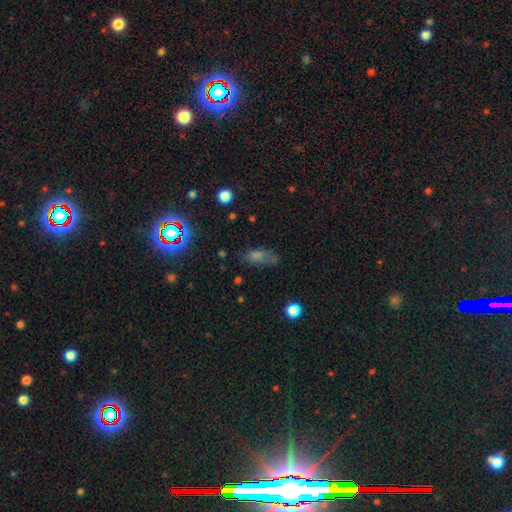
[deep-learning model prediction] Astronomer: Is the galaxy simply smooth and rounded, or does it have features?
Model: smooth — 66%.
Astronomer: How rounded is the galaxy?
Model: in between — 77%.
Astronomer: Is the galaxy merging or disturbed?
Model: none — 55%.